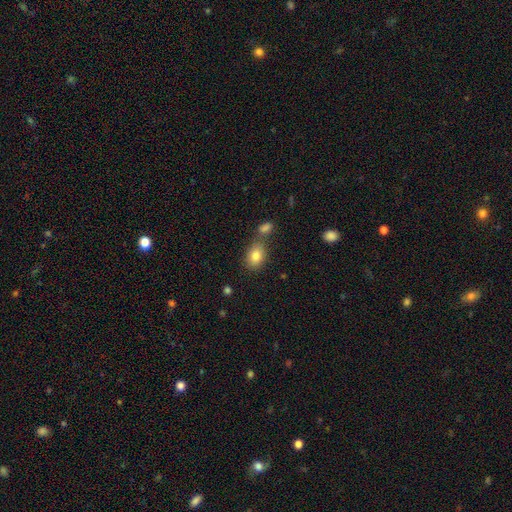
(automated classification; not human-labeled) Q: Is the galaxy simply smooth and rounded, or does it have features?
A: smooth — 82%.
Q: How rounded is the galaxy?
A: in between — 75%.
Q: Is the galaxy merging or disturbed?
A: none — 61%.